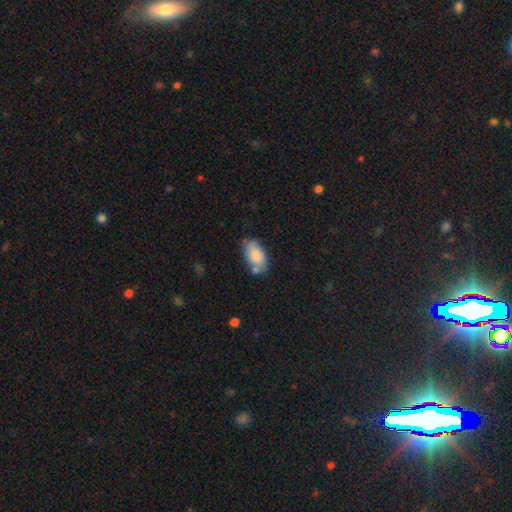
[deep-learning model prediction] Q: Smooth or featured?
A: smooth (79%); runner-up: featured or disk (14%)
Q: How rounded?
A: in between (93%); runner-up: round (4%)
Q: Merging?
A: none (61%); runner-up: minor disturbance (22%)